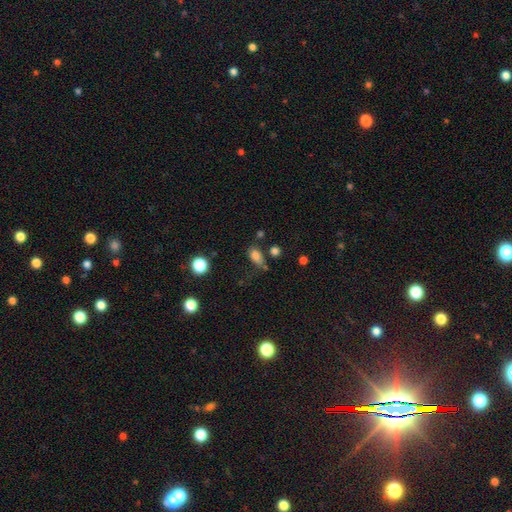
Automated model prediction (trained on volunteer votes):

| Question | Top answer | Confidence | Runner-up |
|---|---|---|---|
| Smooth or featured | smooth | 80% | star or artifact (12%) |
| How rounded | in between | 84% | round (13%) |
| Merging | none | 55% | minor disturbance (27%) |